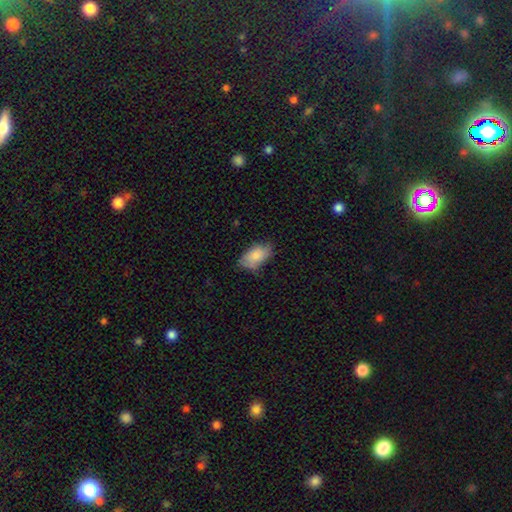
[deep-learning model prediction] Smooth or featured? Predicted: smooth (p=0.82). How rounded? Predicted: in between (p=0.94). Merging? Predicted: none (p=0.67).